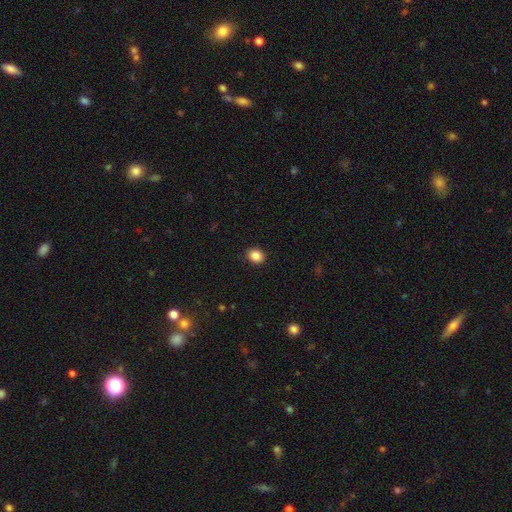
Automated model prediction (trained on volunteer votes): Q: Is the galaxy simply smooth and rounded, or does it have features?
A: smooth — 87%.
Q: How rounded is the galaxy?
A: round — 63%.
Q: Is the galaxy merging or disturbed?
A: none — 91%.